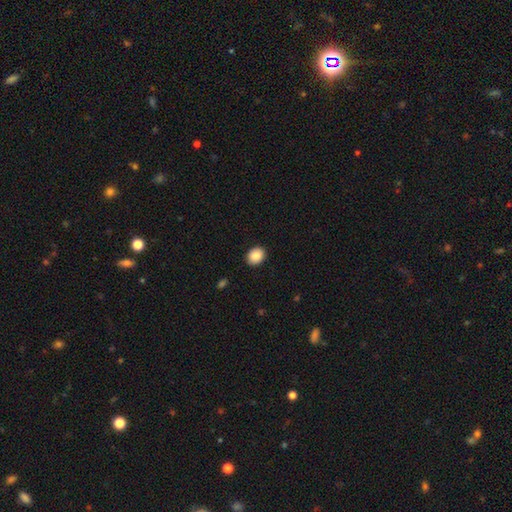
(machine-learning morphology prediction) smooth-or-featured: smooth: 89% | star or artifact: 8% | featured or disk: 4%
  how-rounded: round: 51% | in between: 48% | cigar-shaped: 1%
  merging: none: 90% | minor disturbance: 7% | major disturbance: 2% | merger: 1%